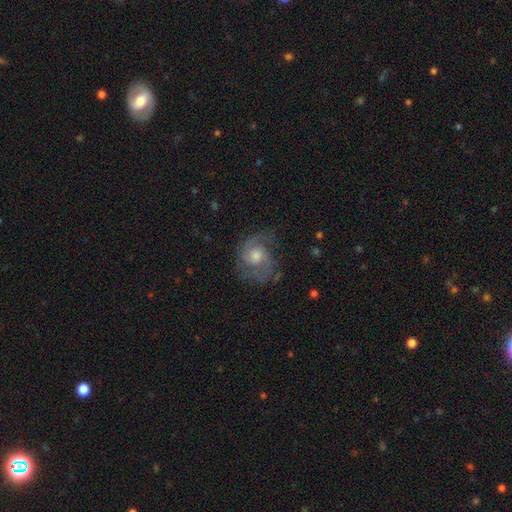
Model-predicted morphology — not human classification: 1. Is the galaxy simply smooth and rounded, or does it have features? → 73% featured or disk, 19% smooth, 8% star or artifact.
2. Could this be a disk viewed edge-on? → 97% no, 3% yes.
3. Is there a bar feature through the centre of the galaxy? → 71% no, 26% weak, 3% strong.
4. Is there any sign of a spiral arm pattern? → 92% yes, 8% no.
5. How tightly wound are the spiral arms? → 49% medium, 30% tight, 21% loose.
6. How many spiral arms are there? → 67% 2, 14% can't tell, 8% 3, 7% 1, 2% 4, 2% more than 4.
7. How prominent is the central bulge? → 57% moderate, 21% large, 15% small, 4% none, 2% dominant.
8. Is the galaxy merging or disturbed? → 64% none, 21% minor disturbance, 14% major disturbance, 1% merger.